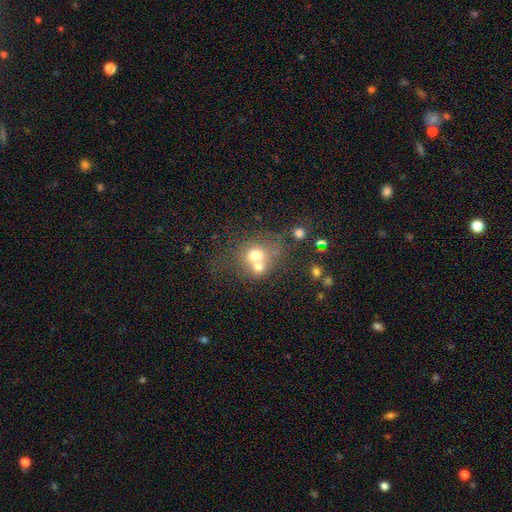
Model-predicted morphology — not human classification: Overall: smooth (65%). How rounded: round (74%). Merging: merger (57%; none 30%).